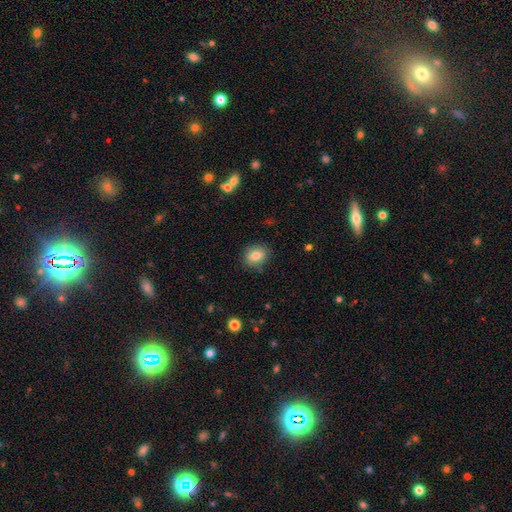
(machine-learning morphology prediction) type=smooth (80%); roundness=round (50%); merging=none (84%).